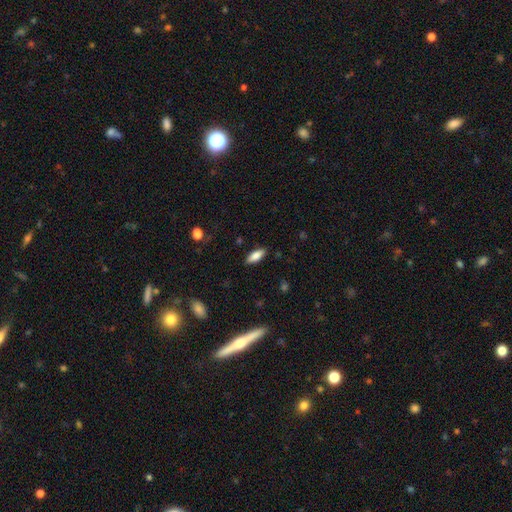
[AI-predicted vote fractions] Morphology: type=smooth (81%); roundness=in between (72%); merging=none (87%).